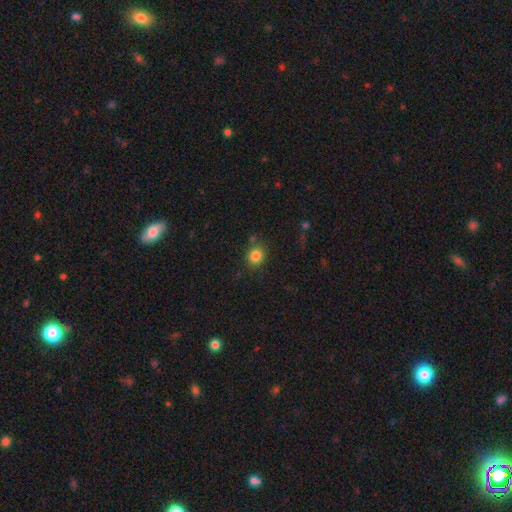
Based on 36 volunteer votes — smooth_or_featured: smooth (p=0.89) [alt: featured or disk p=0.08]
how_rounded: round (p=0.59) [alt: in between p=0.41]
merging: none (p=0.89) [alt: major disturbance p=0.09]